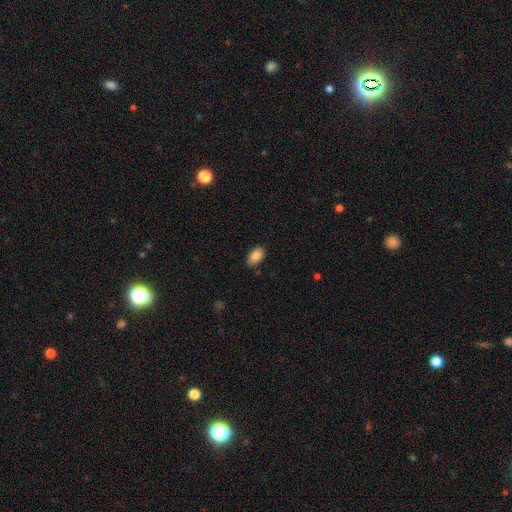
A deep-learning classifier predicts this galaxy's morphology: This is clearly a smooth galaxy (86%). How rounded: clearly in between (93%). Merging: clearly none (85%).